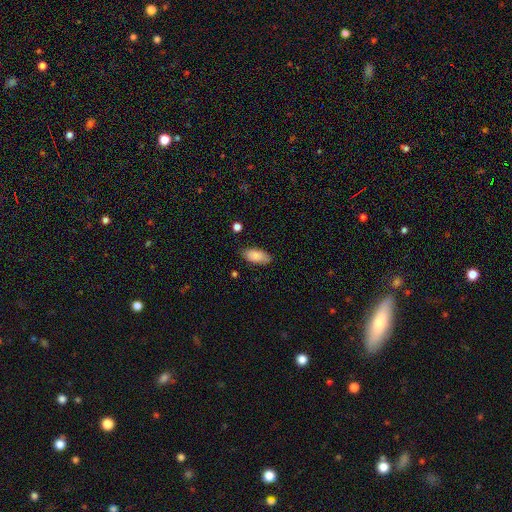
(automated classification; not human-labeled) A smooth galaxy with no disk features (86%) that is in between round and cigar-shaped (91%). Merging: none (80%).